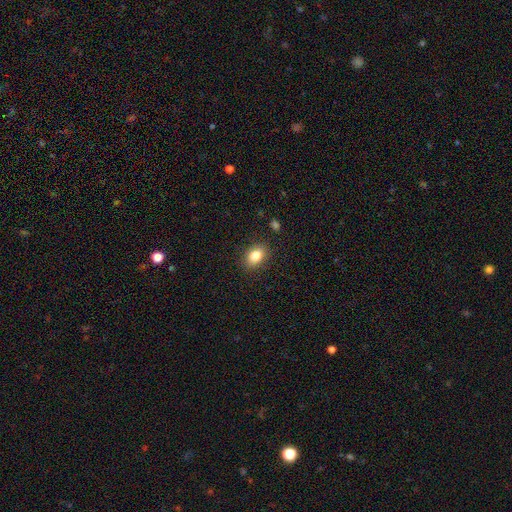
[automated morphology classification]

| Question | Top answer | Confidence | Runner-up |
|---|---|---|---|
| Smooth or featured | smooth | 84% | star or artifact (8%) |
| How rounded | in between | 79% | round (20%) |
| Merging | none | 87% | minor disturbance (9%) |